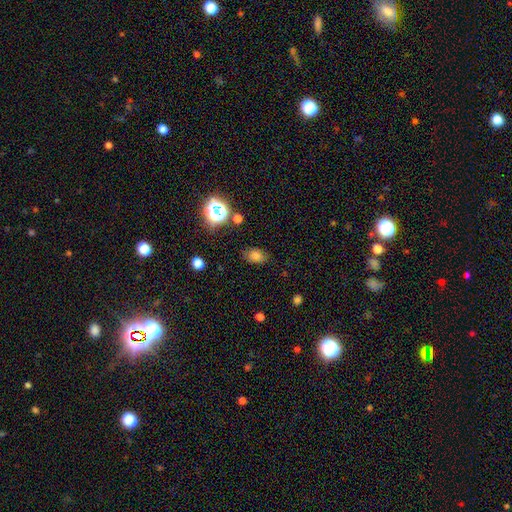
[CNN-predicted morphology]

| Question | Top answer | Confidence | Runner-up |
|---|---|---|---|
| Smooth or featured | smooth | 75% | star or artifact (17%) |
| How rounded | in between | 76% | round (23%) |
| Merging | none | 80% | minor disturbance (14%) |